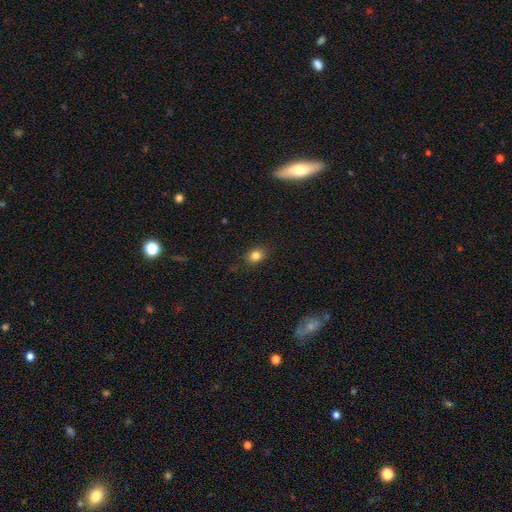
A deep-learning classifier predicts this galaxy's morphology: Smooth or featured? smooth (82%)
How rounded? round (53%)
Merging? none (86%)